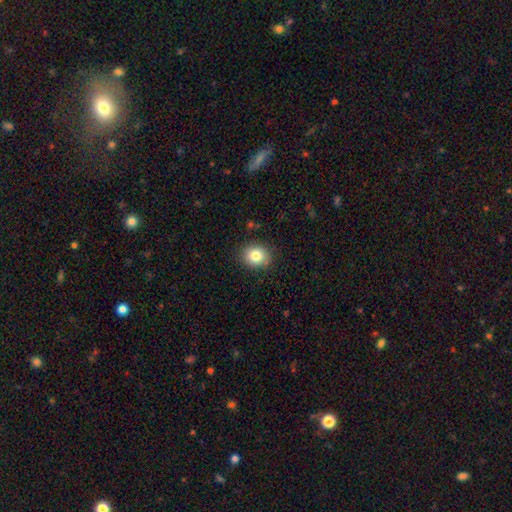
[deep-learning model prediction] This appears to be a smooth galaxy with no disk features (82%) that is round (67%). Merging: none (87%).